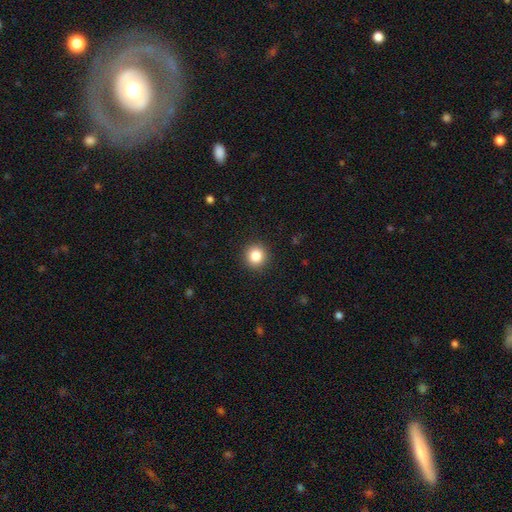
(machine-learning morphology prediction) smooth_or_featured: smooth (p=0.84) [alt: star or artifact p=0.10]
how_rounded: round (p=0.93) [alt: in between p=0.06]
merging: none (p=0.92) [alt: minor disturbance p=0.05]